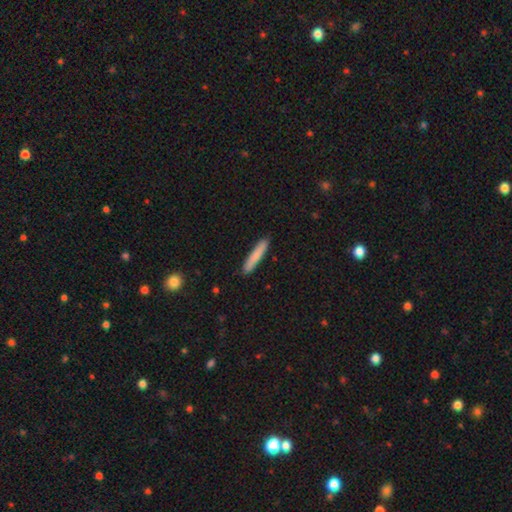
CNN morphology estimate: Q: Smooth or featured?
A: smooth (81%); runner-up: featured or disk (13%)
Q: How rounded?
A: cigar-shaped (94%); runner-up: in between (5%)
Q: Merging?
A: none (90%); runner-up: minor disturbance (8%)